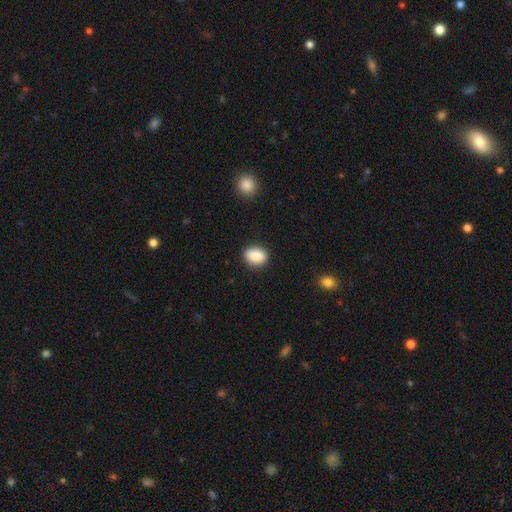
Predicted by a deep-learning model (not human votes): This appears to be a smooth galaxy with no disk features (89%) that is in between round and cigar-shaped (72%). Merging: none (87%).